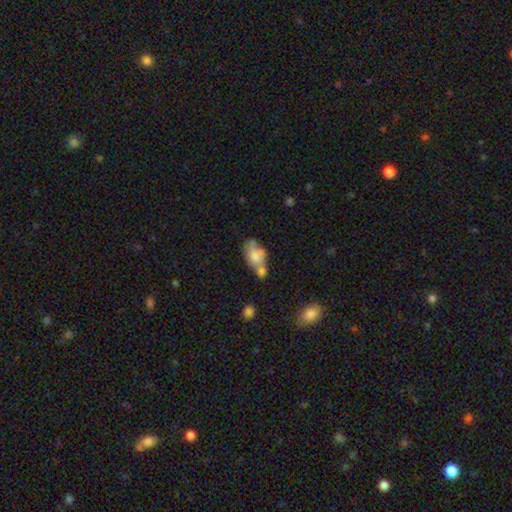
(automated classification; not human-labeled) Smooth or featured: smooth — 68% (featured or disk — 24%)
How rounded: in between — 86% (round — 12%)
Merging: merger — 43% (none — 30%)